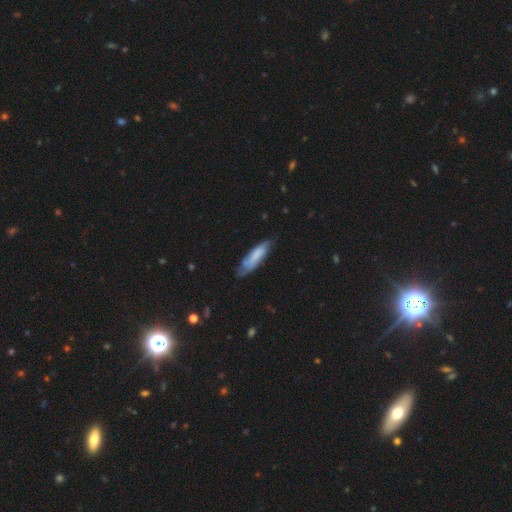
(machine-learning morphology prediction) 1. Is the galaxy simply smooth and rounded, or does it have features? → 65% smooth, 28% featured or disk, 6% star or artifact.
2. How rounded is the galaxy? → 63% cigar-shaped, 36% in between, 1% round.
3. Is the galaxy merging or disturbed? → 60% none, 29% minor disturbance, 8% major disturbance, 3% merger.